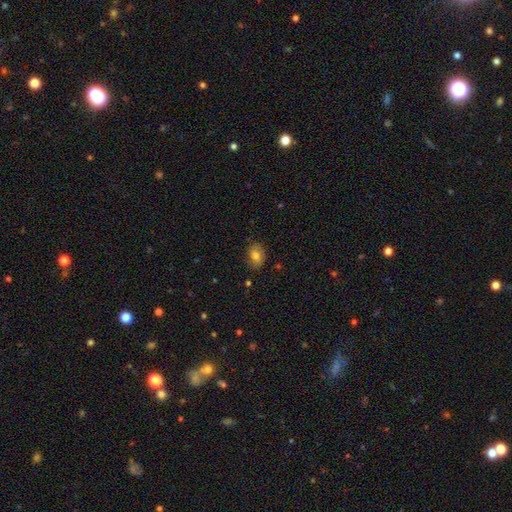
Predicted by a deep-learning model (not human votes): The model was most divided on "how rounded": in between: 72%, round: 27%, cigar-shaped: 1%. More confident: merging — none (80%); smooth or featured — smooth (75%).